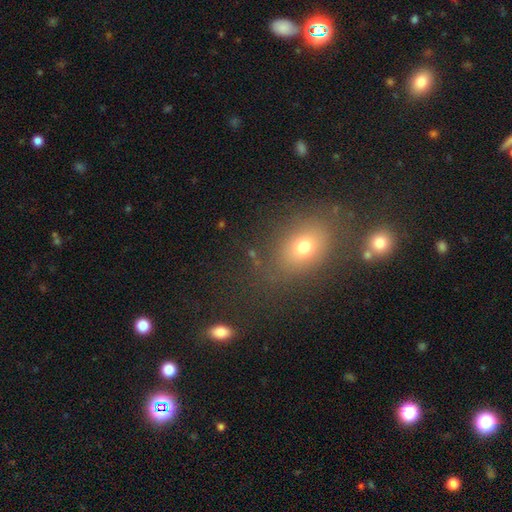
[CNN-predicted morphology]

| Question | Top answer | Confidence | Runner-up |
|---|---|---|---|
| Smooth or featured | smooth | 56% | star or artifact (27%) |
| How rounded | in between | 61% | round (37%) |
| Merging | none | 76% | minor disturbance (12%) |